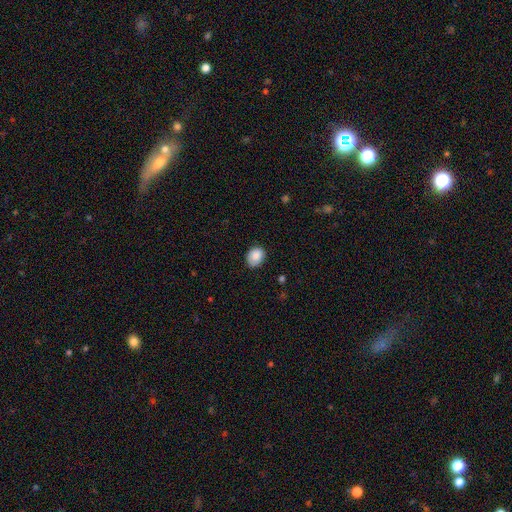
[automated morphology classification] A smooth galaxy with no disk features (87%) that is in between round and cigar-shaped (51%).

Vote fractions:
- Smooth or featured? smooth: 87% / star or artifact: 8% / featured or disk: 6%
- How rounded? in between: 51% / round: 48% / cigar-shaped: 1%
- Merging? none: 80% / minor disturbance: 16% / major disturbance: 3% / merger: 1%